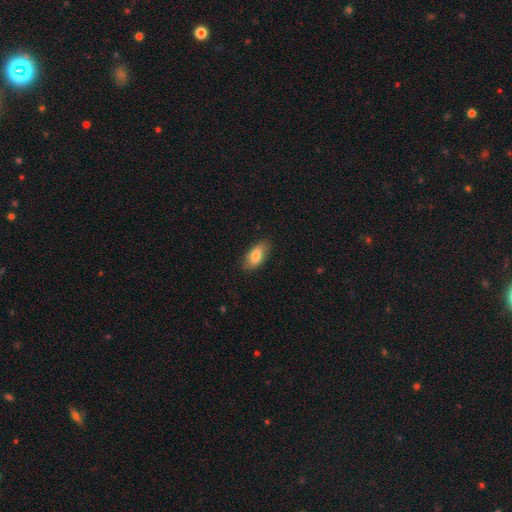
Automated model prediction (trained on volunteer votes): Smooth or featured? Predicted: smooth (p=0.81). How rounded? Predicted: in between (p=0.89). Merging? Predicted: none (p=0.84).